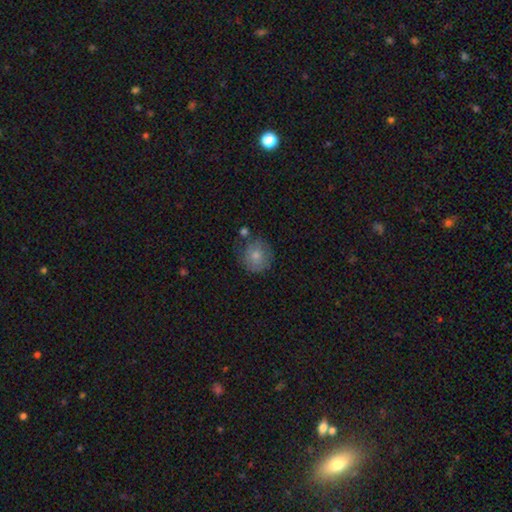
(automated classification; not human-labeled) Morphology: type=smooth (77%); roundness=round (88%); merging=none (67%).